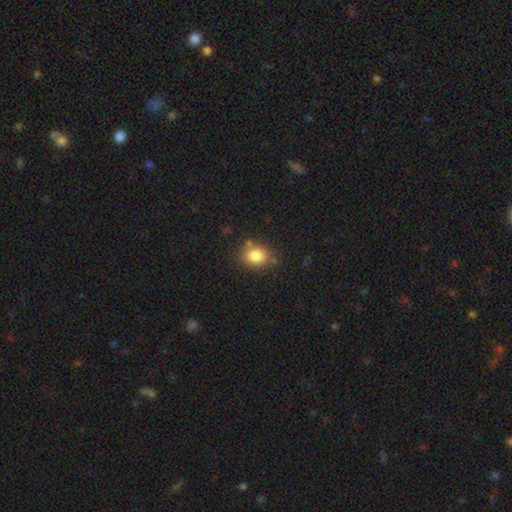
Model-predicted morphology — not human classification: The model was most divided on "how rounded": in between: 51%, round: 48%, cigar-shaped: 1%. More confident: smooth or featured — smooth (83%); merging — none (74%).